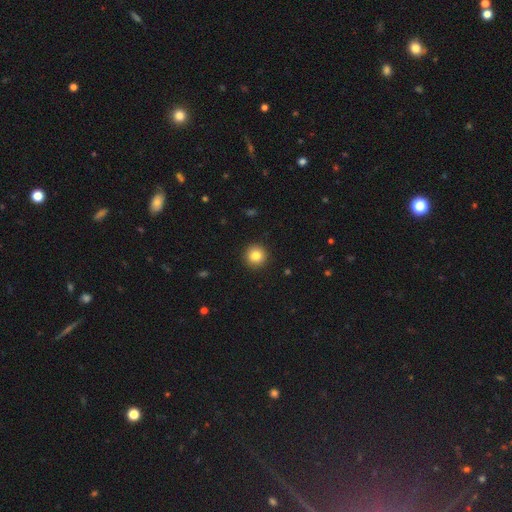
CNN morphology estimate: Overall: smooth (83%). How rounded: round (94%). Merging: none (93%).